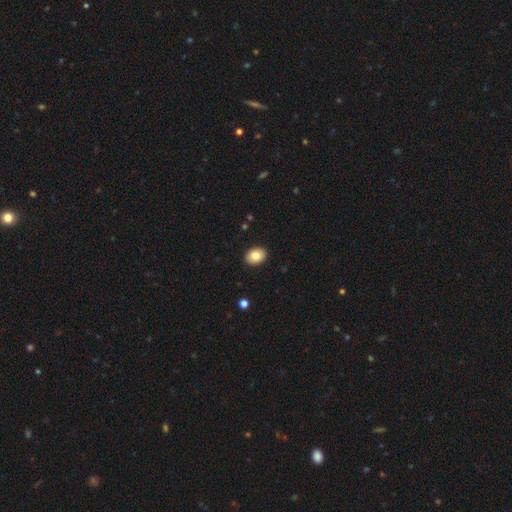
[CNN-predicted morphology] A smooth galaxy with no disk features (82%) that is in between round and cigar-shaped (69%).

Vote fractions:
- Smooth or featured? smooth: 82% / featured or disk: 11% / star or artifact: 8%
- How rounded? in between: 69% / round: 30% / cigar-shaped: 1%
- Merging? none: 91% / minor disturbance: 7% / major disturbance: 2% / merger: 1%